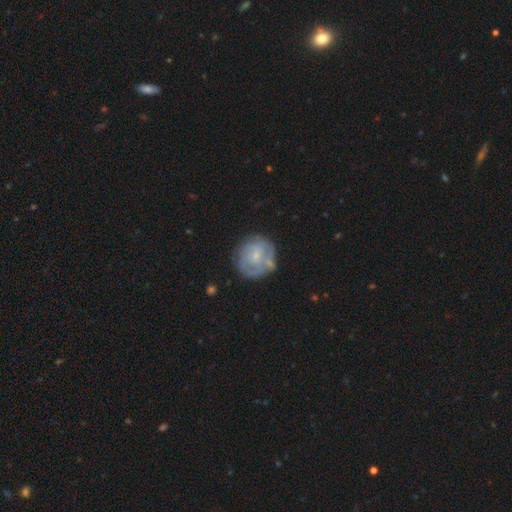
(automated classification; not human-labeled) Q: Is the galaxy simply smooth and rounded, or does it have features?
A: featured or disk — 57%.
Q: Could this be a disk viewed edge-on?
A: no — 98%.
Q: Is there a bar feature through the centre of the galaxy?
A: no — 69%.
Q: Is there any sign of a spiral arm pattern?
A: yes — 63%.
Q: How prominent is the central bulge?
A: small — 70%.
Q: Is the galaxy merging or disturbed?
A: none — 63%.